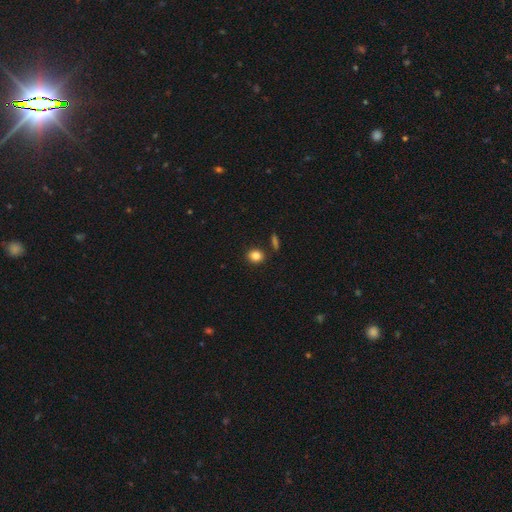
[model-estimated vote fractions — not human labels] Morphology: type=smooth (85%); roundness=round (65%); merging=none (85%).